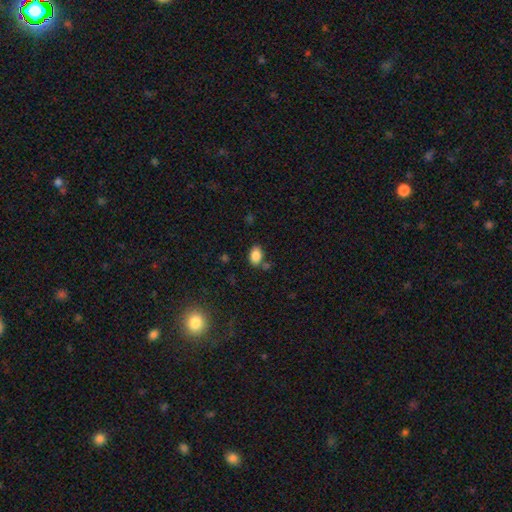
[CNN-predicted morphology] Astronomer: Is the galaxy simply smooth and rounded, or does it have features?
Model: smooth — 85%.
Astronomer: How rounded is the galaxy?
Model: in between — 85%.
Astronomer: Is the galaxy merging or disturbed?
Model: none — 74%.